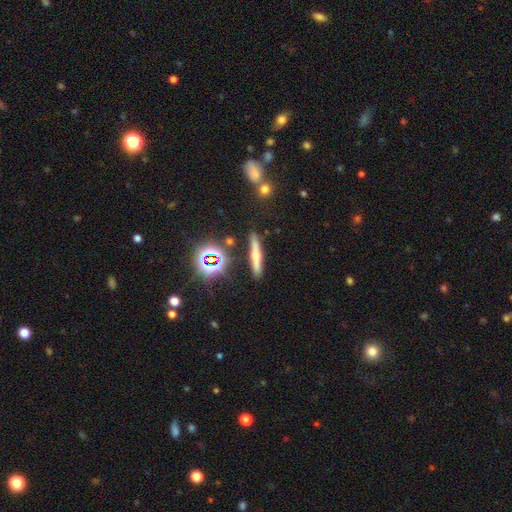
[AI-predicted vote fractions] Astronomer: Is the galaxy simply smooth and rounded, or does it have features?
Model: smooth — 45% (runner-up: featured or disk, 36%).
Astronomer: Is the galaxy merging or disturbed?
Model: none — 85%.